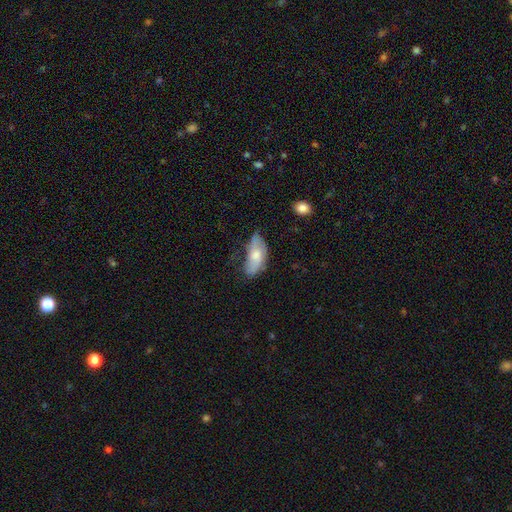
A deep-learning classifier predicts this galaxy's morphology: smooth-or-featured: smooth: 64% | featured or disk: 30% | star or artifact: 6%
  how-rounded: in between: 89% | cigar-shaped: 8% | round: 3%
  merging: none: 42% | minor disturbance: 39% | major disturbance: 17% | merger: 3%